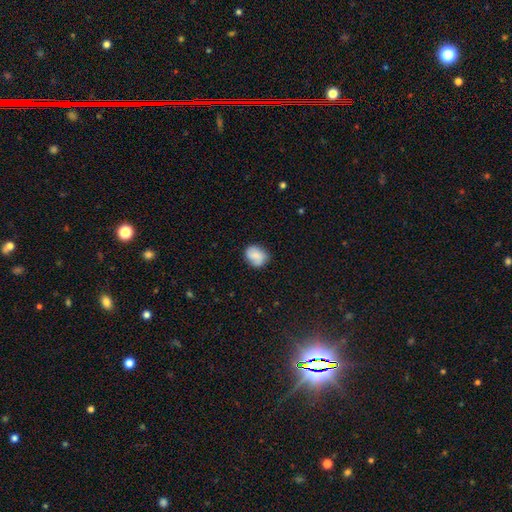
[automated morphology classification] type=smooth (73%); roundness=in between (53%); merging=none (70%).